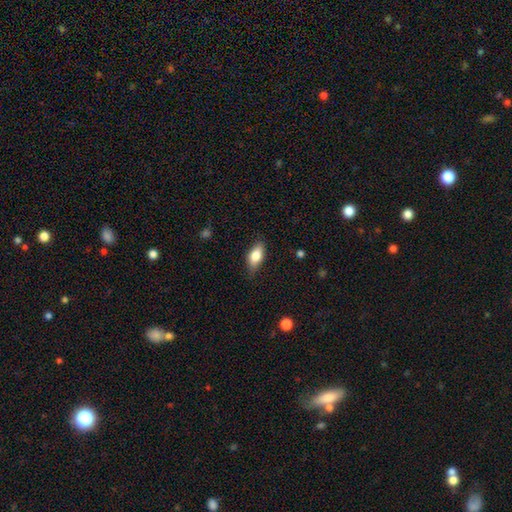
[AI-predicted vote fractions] A smooth galaxy with no disk features (77%) that is in between round and cigar-shaped (84%). Merging: none (82%).